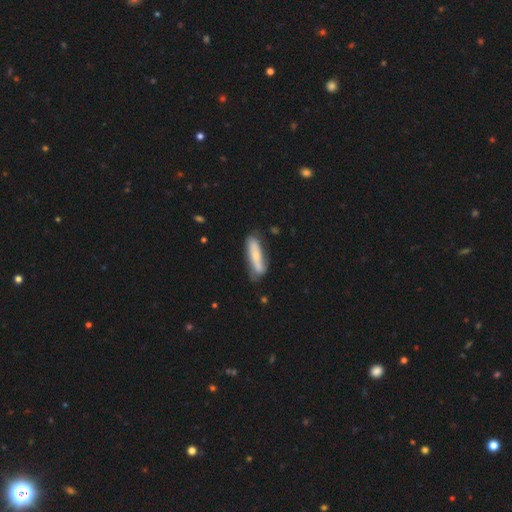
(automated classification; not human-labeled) This appears to be a smooth galaxy with no disk features (57%) that is cigar-shaped (68%). Merging: none (63%).